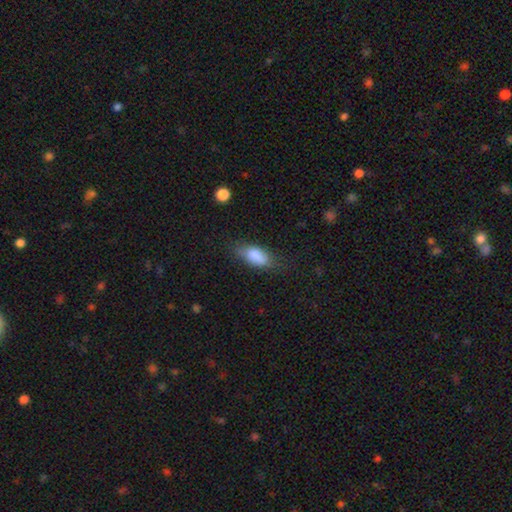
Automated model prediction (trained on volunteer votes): Smooth or featured: smooth — 80% (featured or disk — 12%)
How rounded: in between — 85% (cigar-shaped — 11%)
Merging: none — 57% (minor disturbance — 29%)